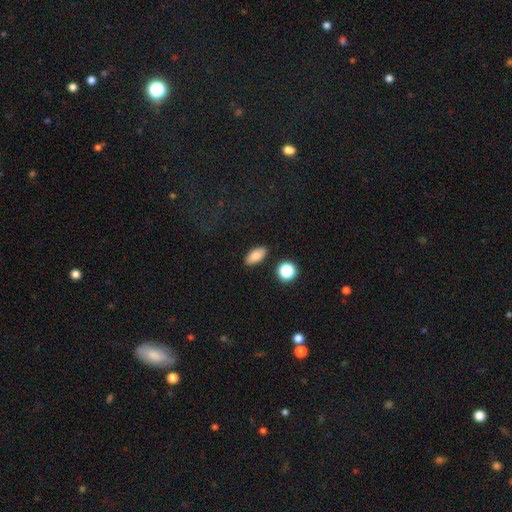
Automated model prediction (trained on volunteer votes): Smooth or featured? Predicted: smooth (p=0.83). How rounded? Predicted: in between (p=0.86). Merging? Predicted: none (p=0.86).